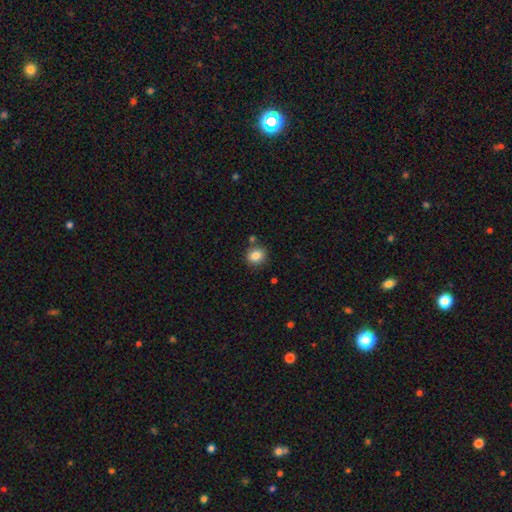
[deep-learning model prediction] The model was most divided on "how rounded": round: 80%, in between: 19%, cigar-shaped: 1%. More confident: smooth or featured — smooth (84%); merging — none (81%).